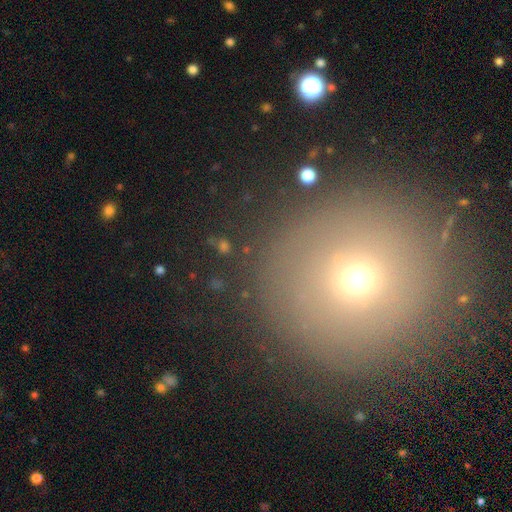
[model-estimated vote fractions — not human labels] Smooth or featured?
  - smooth: 61% *
  - star or artifact: 27%
  - featured or disk: 12%
How rounded?
  - round: 94% *
  - in between: 5%
  - cigar-shaped: 1%
Merging?
  - none: 86% *
  - minor disturbance: 7%
  - major disturbance: 4%
  - merger: 3%